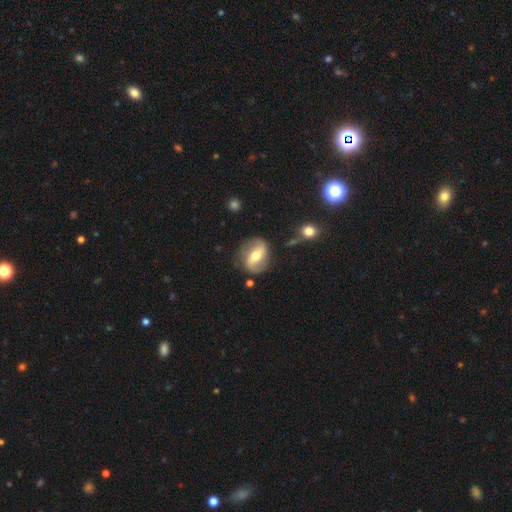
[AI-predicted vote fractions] smooth-or-featured: featured or disk: 66% | smooth: 27% | star or artifact: 6%
  disk-edge-on: no: 91% | yes: 9%
    bar: strong: 53% | weak: 29% | no: 17%
    has-spiral-arms: yes: 74% | no: 26%
    bulge-size: moderate: 68% | small: 22% | large: 8% | dominant: 1% | none: 1%
  merging: none: 76% | minor disturbance: 15% | major disturbance: 6% | merger: 3%